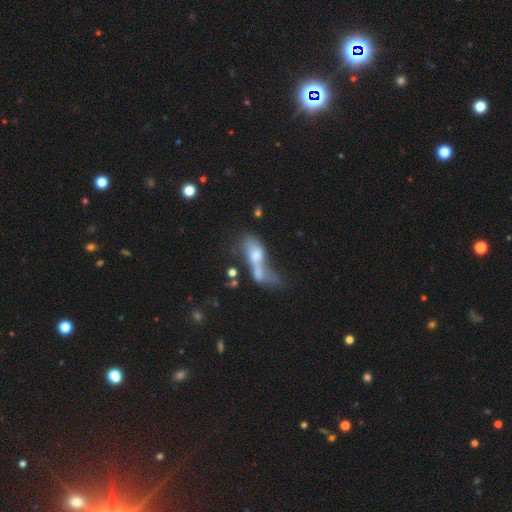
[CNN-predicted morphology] Overall: smooth (49%; featured or disk 40%). Merging: merger (59%; major disturbance 22%).